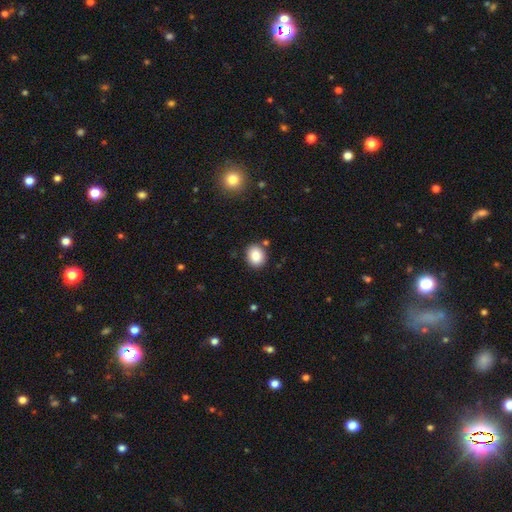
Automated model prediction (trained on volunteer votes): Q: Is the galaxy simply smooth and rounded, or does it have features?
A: smooth — 85%.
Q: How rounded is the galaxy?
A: round — 59%.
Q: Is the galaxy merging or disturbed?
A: none — 86%.